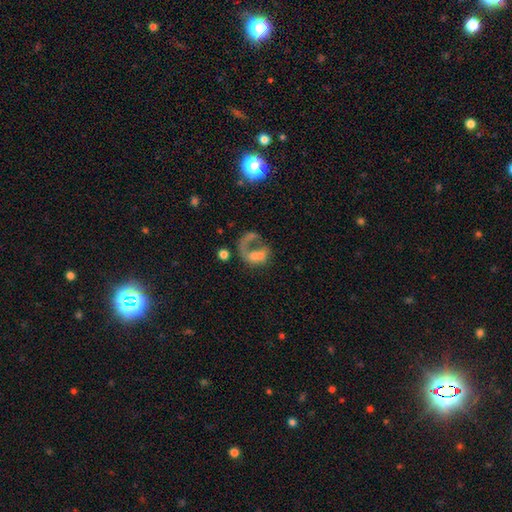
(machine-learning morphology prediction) The model was most divided on "spiral arms": yes: 53%, no: 47%. Remaining: edge-on disk — no (97%); bar — no (74%); smooth or featured — featured or disk (58%); merging — major disturbance (46%); bulge size — none (44%).